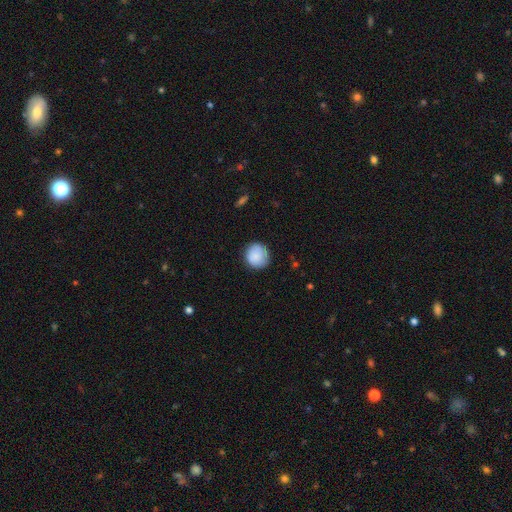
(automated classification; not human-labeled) Smooth or featured? smooth (86%)
How rounded? round (90%)
Merging? none (83%)